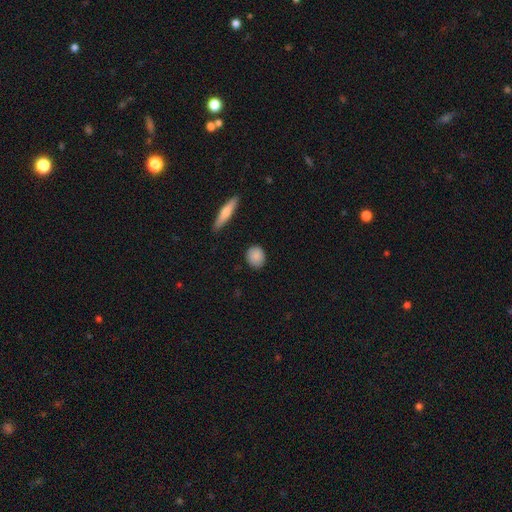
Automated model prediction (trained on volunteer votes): smooth_or_featured: smooth (p=0.87) [alt: star or artifact p=0.07]
how_rounded: round (p=0.68) [alt: in between p=0.29]
merging: none (p=0.87) [alt: minor disturbance p=0.10]